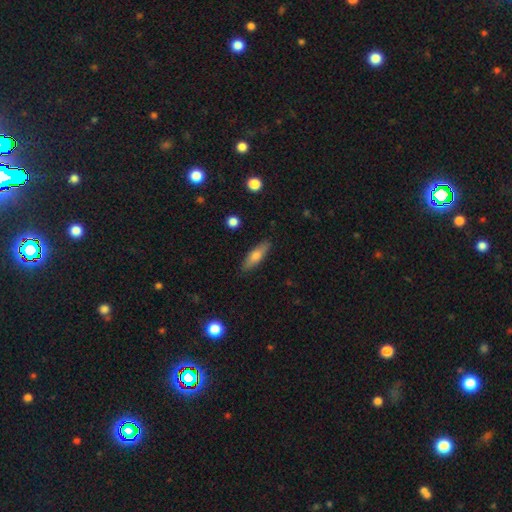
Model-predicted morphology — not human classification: smooth-or-featured: smooth: 67% | featured or disk: 26% | star or artifact: 7%
  how-rounded: cigar-shaped: 53% | in between: 44% | round: 3%
  merging: none: 88% | minor disturbance: 9% | major disturbance: 2% | merger: 1%